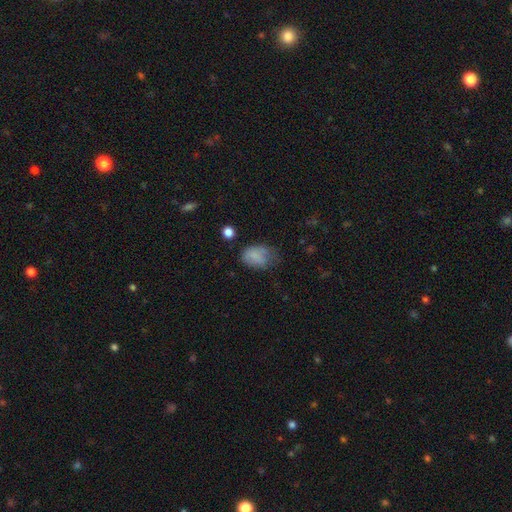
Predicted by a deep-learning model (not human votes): Smooth or featured?
  - smooth: 76% *
  - featured or disk: 13%
  - star or artifact: 10%
How rounded?
  - in between: 80% *
  - round: 19%
  - cigar-shaped: 1%
Merging?
  - none: 42% *
  - minor disturbance: 35%
  - major disturbance: 20%
  - merger: 3%